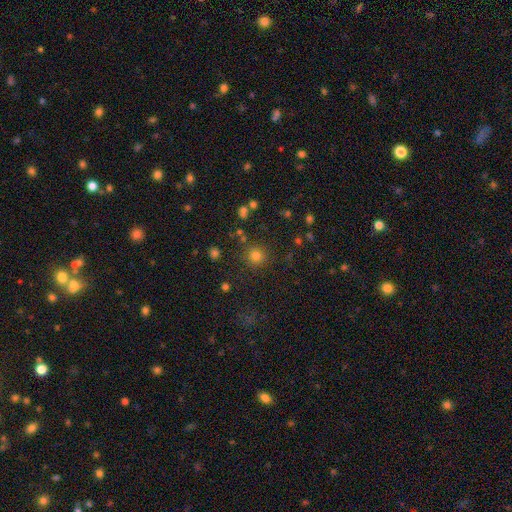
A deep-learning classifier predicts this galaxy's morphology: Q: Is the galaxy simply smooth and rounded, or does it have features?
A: smooth — 78%.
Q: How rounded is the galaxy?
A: round — 92%.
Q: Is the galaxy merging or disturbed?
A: none — 84%.